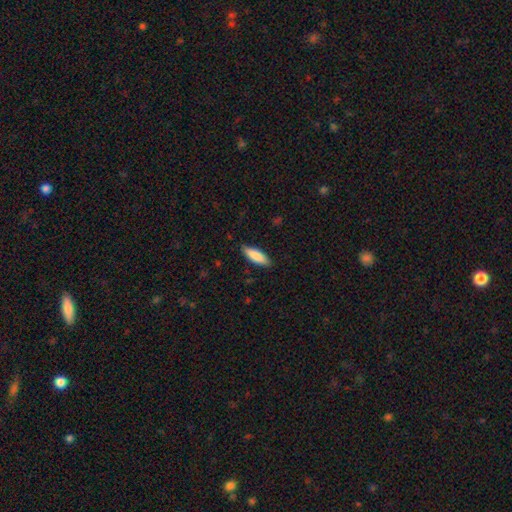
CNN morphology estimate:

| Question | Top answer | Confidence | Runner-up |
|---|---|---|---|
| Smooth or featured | smooth | 85% | featured or disk (9%) |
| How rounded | in between | 55% | cigar-shaped (43%) |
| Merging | none | 87% | minor disturbance (10%) |